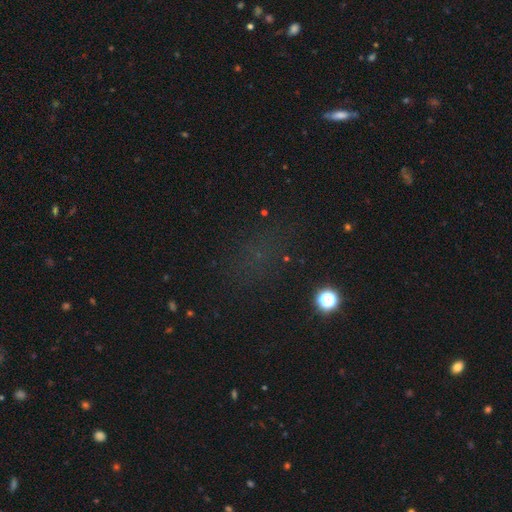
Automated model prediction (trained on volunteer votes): Smooth or featured? star or artifact (55%)